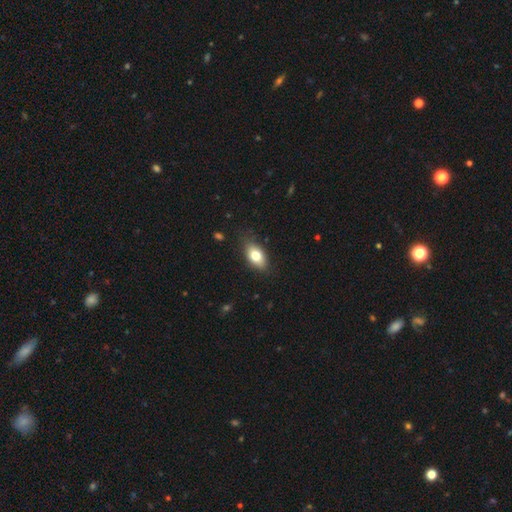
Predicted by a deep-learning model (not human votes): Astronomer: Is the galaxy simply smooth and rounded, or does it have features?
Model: smooth — 76%.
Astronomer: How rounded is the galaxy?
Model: in between — 88%.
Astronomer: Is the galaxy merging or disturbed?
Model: none — 79%.